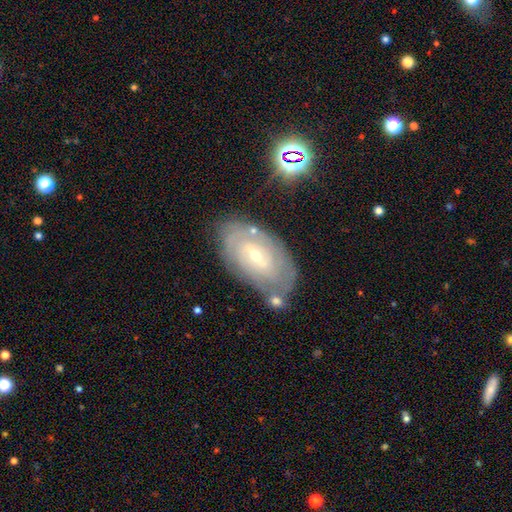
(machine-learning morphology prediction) A featured or disk galaxy (77%) with a weak bar (55%), tight (72%) spiral arms (83%) and a small central bulge (59%). Merging: none (69%).